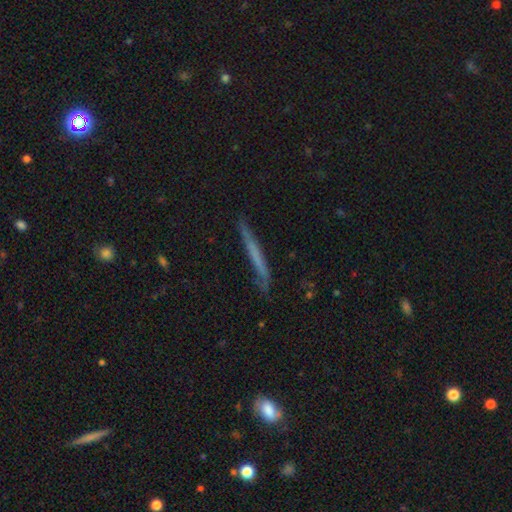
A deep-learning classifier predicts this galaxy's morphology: Q: Smooth or featured?
A: smooth (49%); runner-up: featured or disk (44%)
Q: Merging?
A: none (80%); runner-up: minor disturbance (15%)